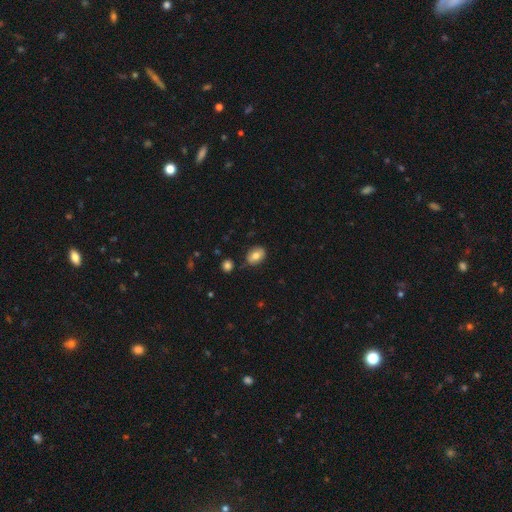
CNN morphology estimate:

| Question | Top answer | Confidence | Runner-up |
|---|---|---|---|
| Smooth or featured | smooth | 76% | featured or disk (15%) |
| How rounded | in between | 77% | round (22%) |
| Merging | none | 78% | minor disturbance (15%) |